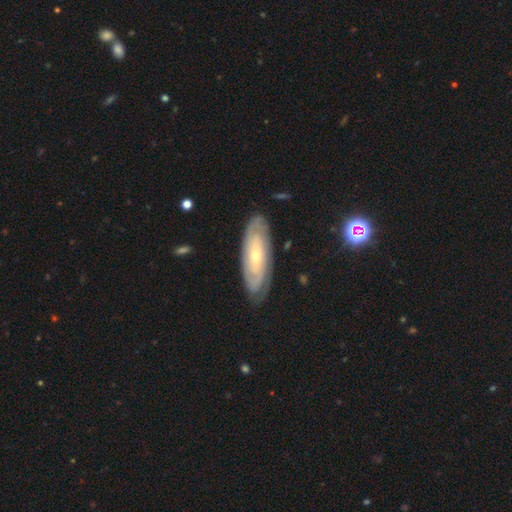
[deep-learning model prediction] Smooth or featured? featured or disk (74%)
Edge-on disk? no (86%)
Bar? no (70%)
Spiral arms? yes (88%)
Spiral winding? tight (74%)
Spiral arm count? can't tell (52%)
Bulge size? small (69%)
Merging? none (81%)